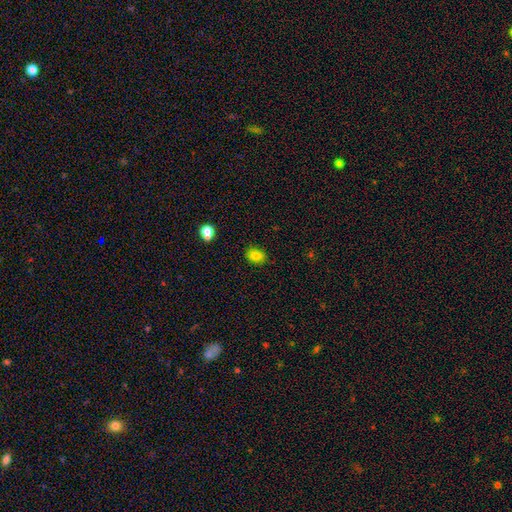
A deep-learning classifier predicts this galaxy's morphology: Smooth or featured? smooth (83%)
How rounded? in between (70%)
Merging? none (83%)